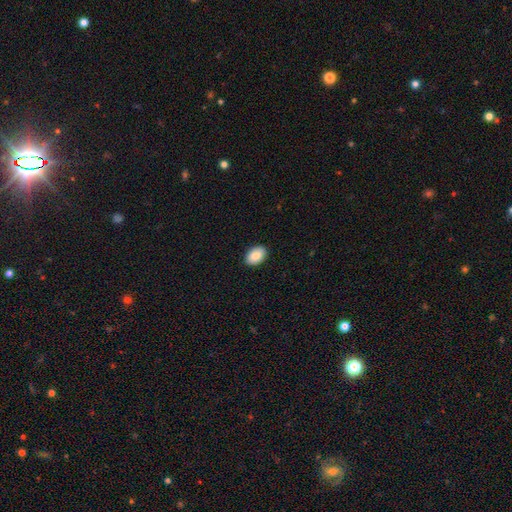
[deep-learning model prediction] A smooth galaxy with no disk features (86%) that is in between round and cigar-shaped (88%). Merging: none (90%).